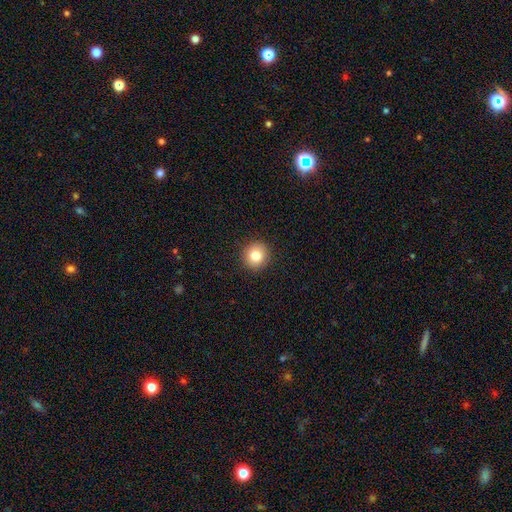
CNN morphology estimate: Smooth or featured? smooth (83%)
How rounded? round (91%)
Merging? none (92%)